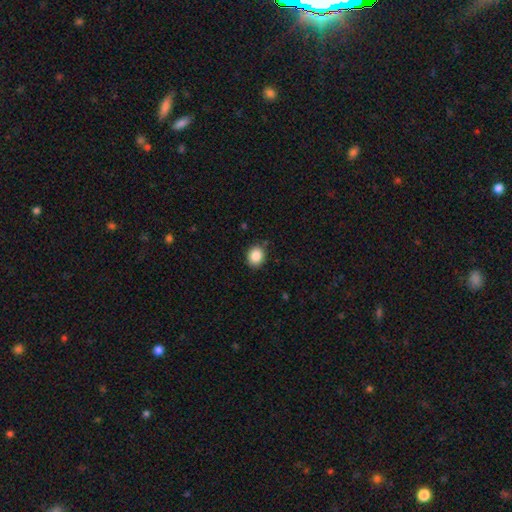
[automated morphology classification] This appears to be a smooth galaxy with no disk features (87%) that is round (66%). Merging: none (86%).